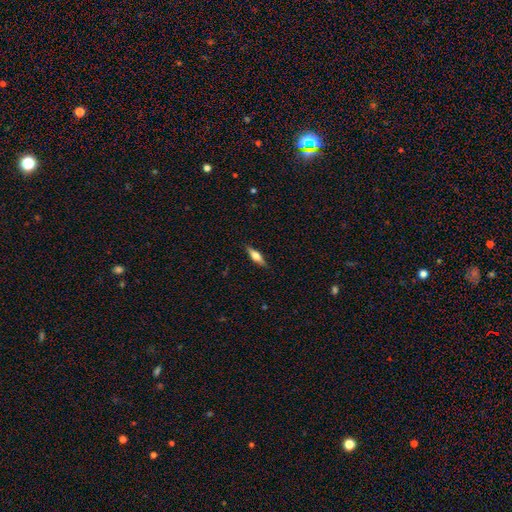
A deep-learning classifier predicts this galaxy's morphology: smooth-or-featured: smooth: 48% | featured or disk: 46% | star or artifact: 6%
  merging: none: 87% | minor disturbance: 10% | major disturbance: 2% | merger: 1%